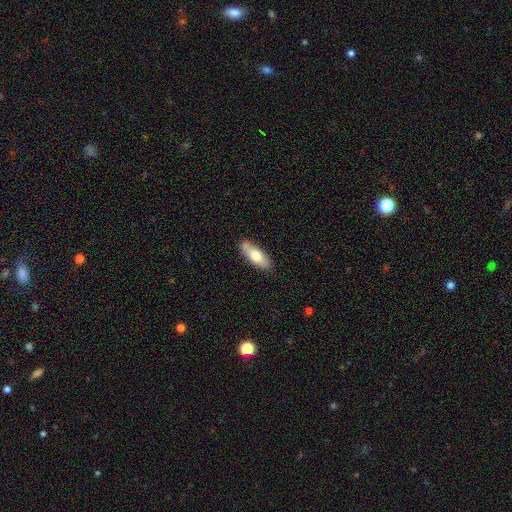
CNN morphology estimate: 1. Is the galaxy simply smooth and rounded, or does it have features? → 71% smooth, 23% featured or disk, 6% star or artifact.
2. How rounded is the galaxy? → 70% in between, 27% cigar-shaped, 2% round.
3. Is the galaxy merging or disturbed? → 69% none, 17% minor disturbance, 11% merger, 3% major disturbance.